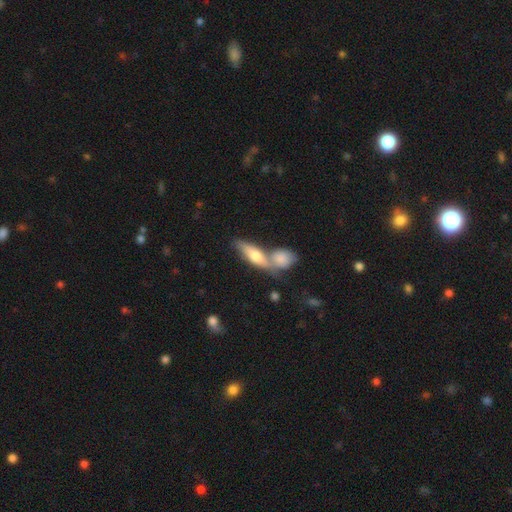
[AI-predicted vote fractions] A smooth galaxy with no disk features (61%) that is in between round and cigar-shaped (58%).

Vote fractions:
- Smooth or featured? smooth: 61% / featured or disk: 33% / star or artifact: 6%
- How rounded? in between: 58% / cigar-shaped: 37% / round: 4%
- Merging? merger: 51% / none: 34% / minor disturbance: 10% / major disturbance: 5%